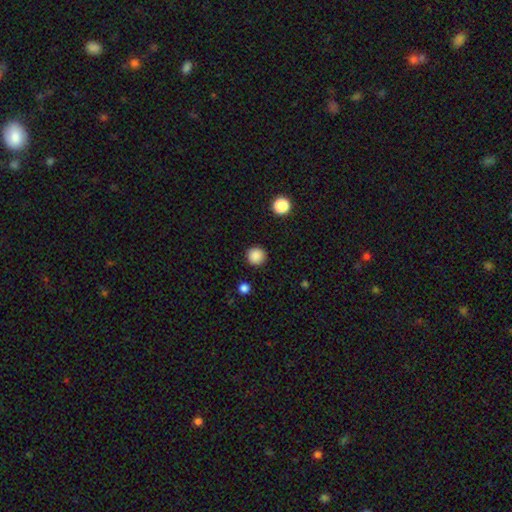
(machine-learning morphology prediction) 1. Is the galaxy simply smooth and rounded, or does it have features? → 87% smooth, 10% star or artifact, 3% featured or disk.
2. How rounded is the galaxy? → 95% round, 4% in between, 1% cigar-shaped.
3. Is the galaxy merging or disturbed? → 92% none, 5% minor disturbance, 2% major disturbance, 1% merger.